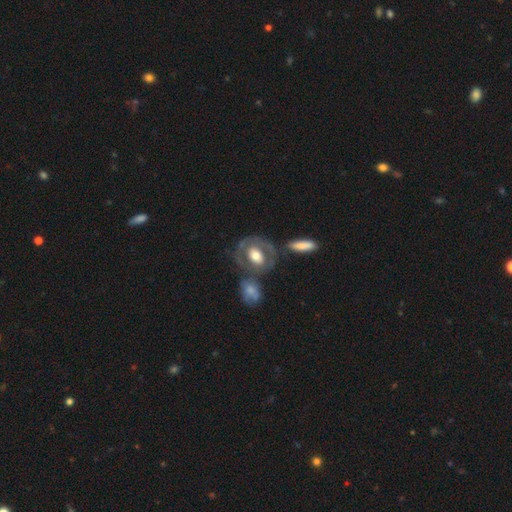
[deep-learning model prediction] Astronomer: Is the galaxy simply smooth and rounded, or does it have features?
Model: featured or disk — 52% (runner-up: smooth, 42%).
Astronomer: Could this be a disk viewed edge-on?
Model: no — 93%.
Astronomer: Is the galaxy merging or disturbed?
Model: none — 56%.